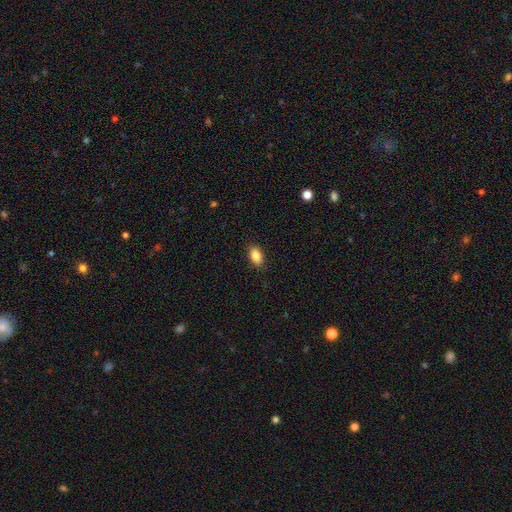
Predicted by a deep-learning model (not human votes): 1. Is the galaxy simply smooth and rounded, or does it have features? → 87% smooth, 8% star or artifact, 6% featured or disk.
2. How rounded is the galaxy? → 90% in between, 7% round, 3% cigar-shaped.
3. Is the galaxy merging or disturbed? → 87% none, 10% minor disturbance, 2% major disturbance, 1% merger.